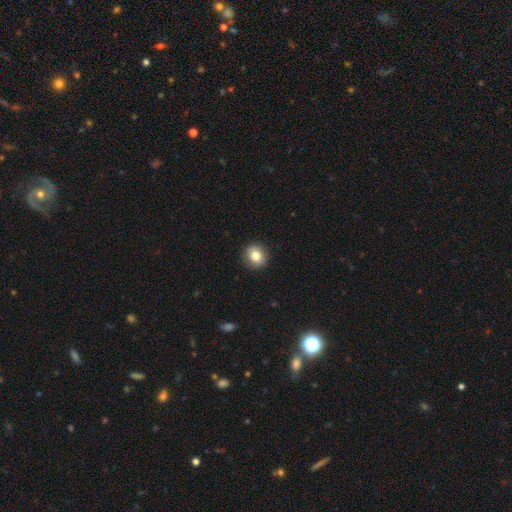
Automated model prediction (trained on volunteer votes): smooth-or-featured: smooth: 80% | featured or disk: 10% | star or artifact: 10%
  how-rounded: round: 91% | in between: 8% | cigar-shaped: 1%
  merging: none: 91% | minor disturbance: 6% | major disturbance: 2% | merger: 1%